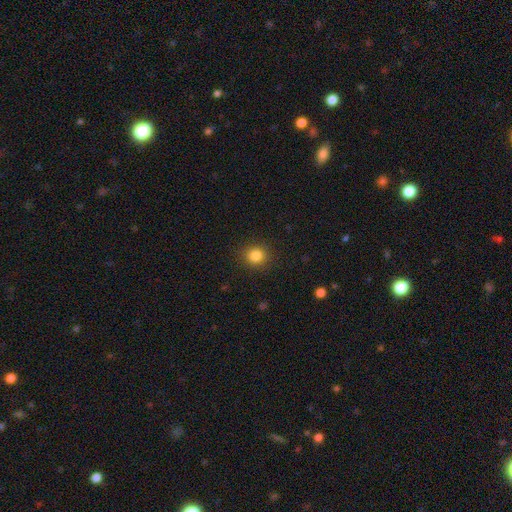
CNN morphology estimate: Smooth or featured?
  - smooth: 84% *
  - star or artifact: 12%
  - featured or disk: 4%
How rounded?
  - round: 84% *
  - in between: 15%
  - cigar-shaped: 1%
Merging?
  - none: 90% *
  - minor disturbance: 7%
  - major disturbance: 2%
  - merger: 1%